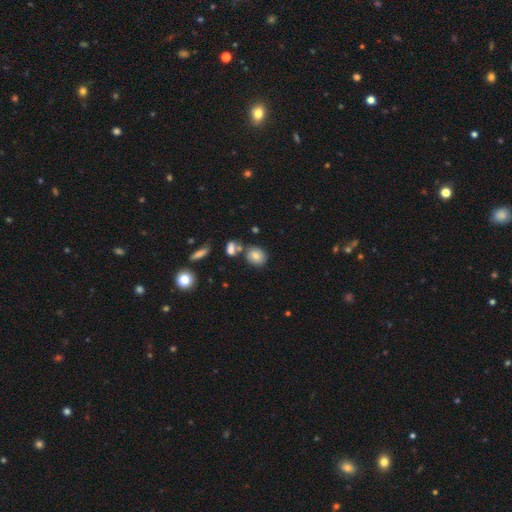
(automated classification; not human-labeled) smooth-or-featured: smooth: 75% | featured or disk: 14% | star or artifact: 11%
  how-rounded: round: 59% | in between: 39% | cigar-shaped: 2%
  merging: none: 68% | merger: 15% | minor disturbance: 13% | major disturbance: 4%